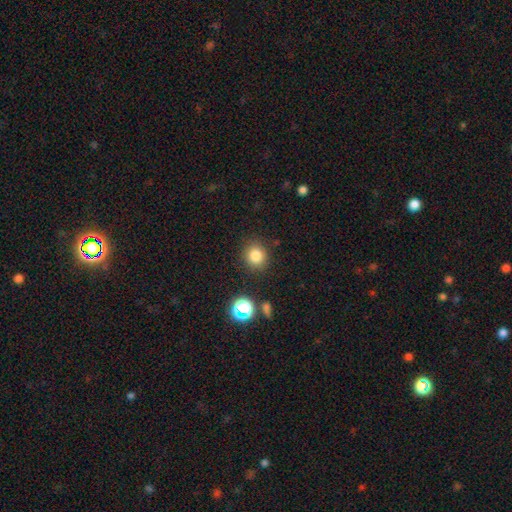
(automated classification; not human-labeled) The model was most divided on "smooth or featured": smooth: 80%, star or artifact: 14%, featured or disk: 6%. More confident: merging — none (87%); how rounded — round (87%).